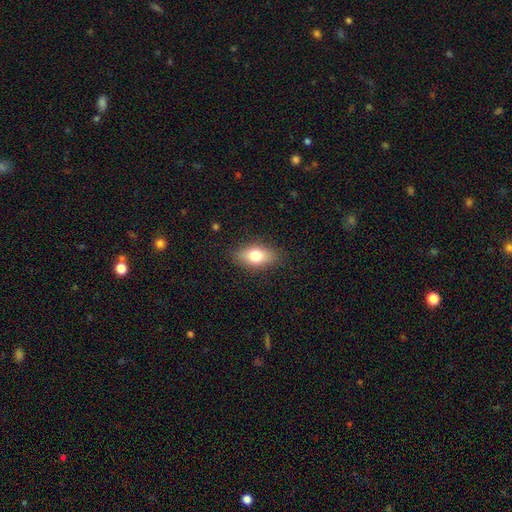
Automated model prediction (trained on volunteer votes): This appears to be a smooth galaxy with no disk features (75%) that is in between round and cigar-shaped (85%). Merging: none (86%).